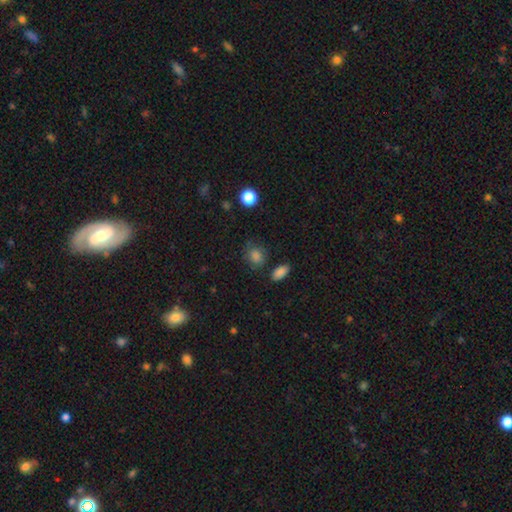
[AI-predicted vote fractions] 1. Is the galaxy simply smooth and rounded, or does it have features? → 78% smooth, 16% star or artifact, 6% featured or disk.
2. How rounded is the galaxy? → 52% round, 46% in between, 2% cigar-shaped.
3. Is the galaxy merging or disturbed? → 71% none, 18% minor disturbance, 6% major disturbance, 5% merger.